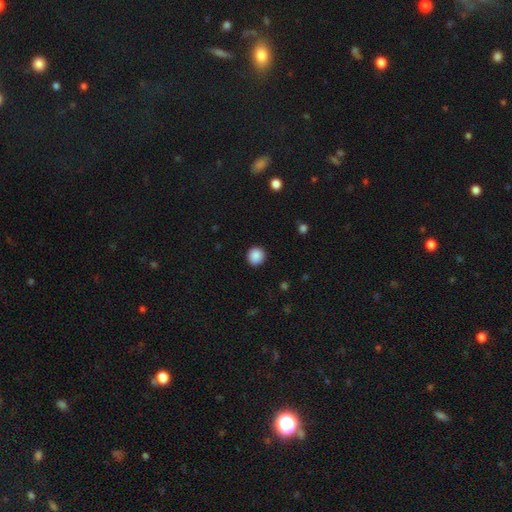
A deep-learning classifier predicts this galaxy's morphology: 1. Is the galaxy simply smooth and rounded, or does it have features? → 89% smooth, 9% star or artifact, 3% featured or disk.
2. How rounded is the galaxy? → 92% round, 7% in between, 1% cigar-shaped.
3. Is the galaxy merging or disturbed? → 92% none, 5% minor disturbance, 2% major disturbance, 1% merger.